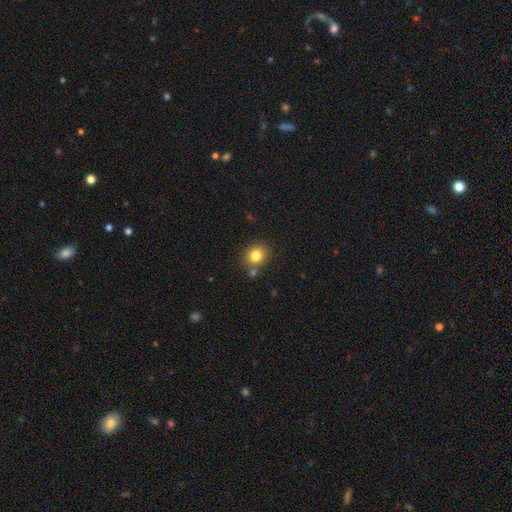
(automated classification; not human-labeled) A smooth galaxy with no disk features (81%) that is round (73%). Merging: none (75%).